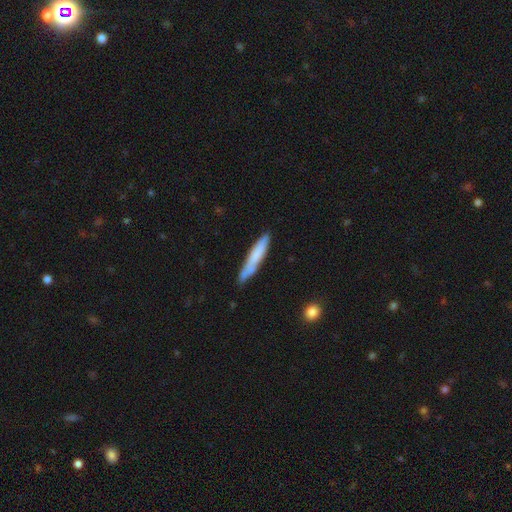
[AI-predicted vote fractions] Smooth or featured?
  - smooth: 71% *
  - featured or disk: 23%
  - star or artifact: 6%
How rounded?
  - cigar-shaped: 93% *
  - in between: 6%
  - round: 1%
Merging?
  - none: 75% *
  - minor disturbance: 19%
  - major disturbance: 3%
  - merger: 3%